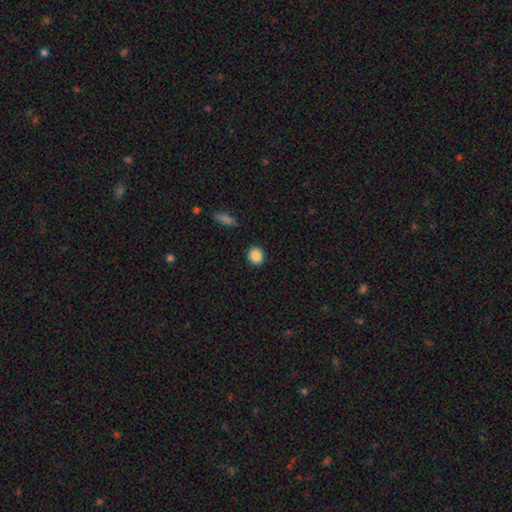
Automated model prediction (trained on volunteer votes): This appears to be a smooth galaxy with no disk features (88%) that is round (73%). Merging: none (90%).